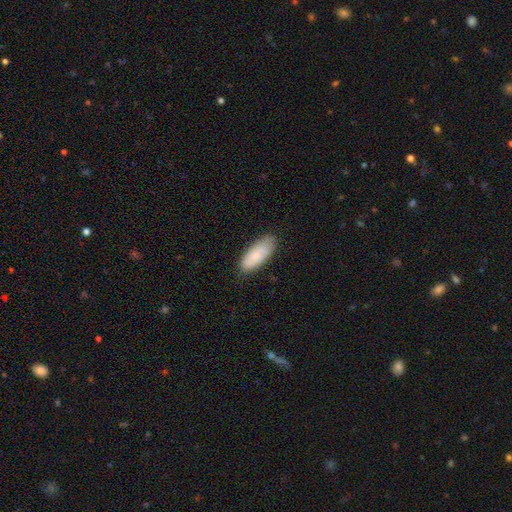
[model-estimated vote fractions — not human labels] The model was most divided on "how rounded": in between: 79%, cigar-shaped: 19%, round: 2%. More confident: merging — none (81%); smooth or featured — smooth (80%).